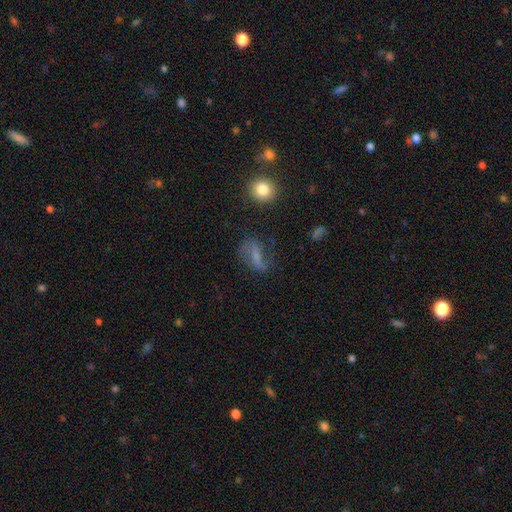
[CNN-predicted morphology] This is possibly a featured or disk galaxy (55%). It is clearly not viewed edge-on (93%). Bar: marginally strong (43%). Spiral arm pattern: likely yes (74%). Central bulge: marginally none (45%). Merging: likely none (61%).